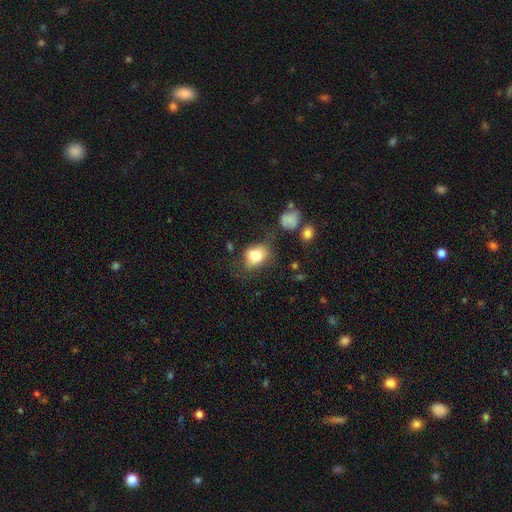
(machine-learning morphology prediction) Smooth or featured? Predicted: smooth (p=0.79). How rounded? Predicted: in between (p=0.58). Merging? Predicted: none (p=0.59).